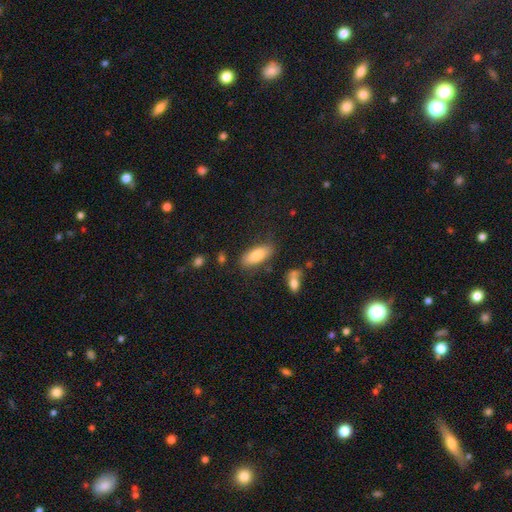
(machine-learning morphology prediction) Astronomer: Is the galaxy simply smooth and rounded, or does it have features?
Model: smooth — 80%.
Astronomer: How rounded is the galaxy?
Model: in between — 79%.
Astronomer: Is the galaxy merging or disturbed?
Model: none — 79%.